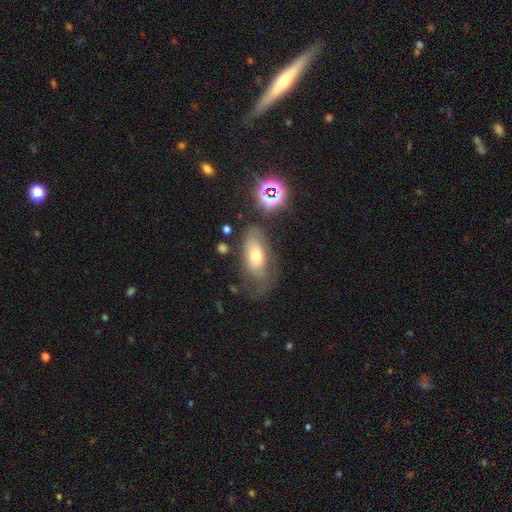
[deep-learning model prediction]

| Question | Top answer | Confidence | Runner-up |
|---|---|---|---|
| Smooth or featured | smooth | 58% | featured or disk (30%) |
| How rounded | in between | 88% | round (6%) |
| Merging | none | 48% | minor disturbance (26%) |